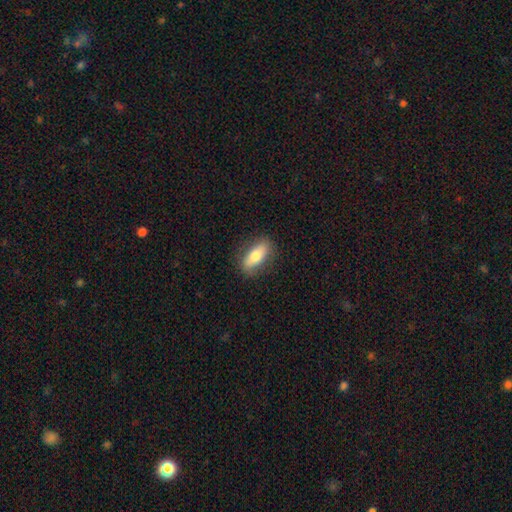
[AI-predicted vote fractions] Morphology: type=smooth (69%); roundness=in between (74%); merging=none (84%).